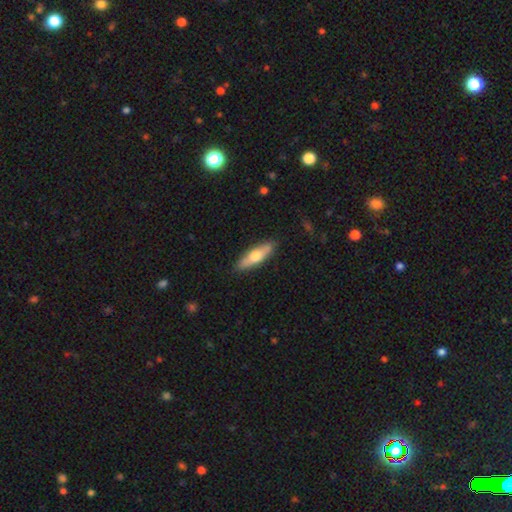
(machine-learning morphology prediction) Overall: smooth (54%; featured or disk 41%). How rounded: cigar-shaped (58%; in between 39%). Merging: none (88%).